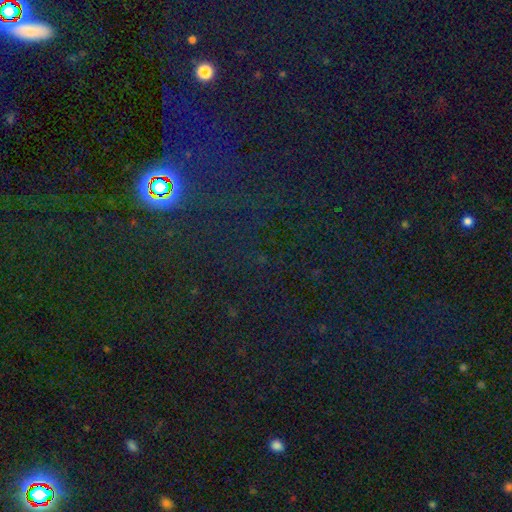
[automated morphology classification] Smooth or featured? star or artifact (81%)